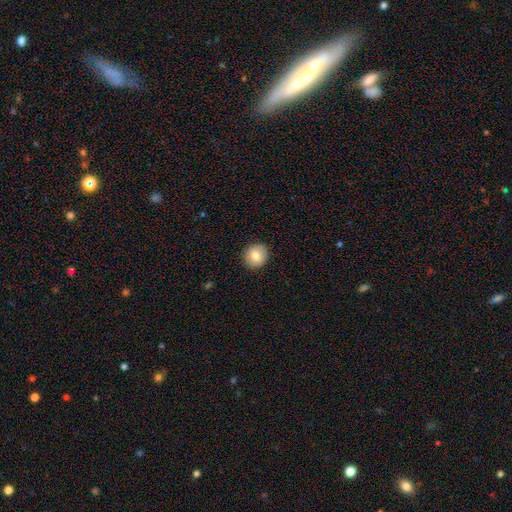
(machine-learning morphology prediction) Smooth or featured? smooth (80%)
How rounded? round (87%)
Merging? none (90%)